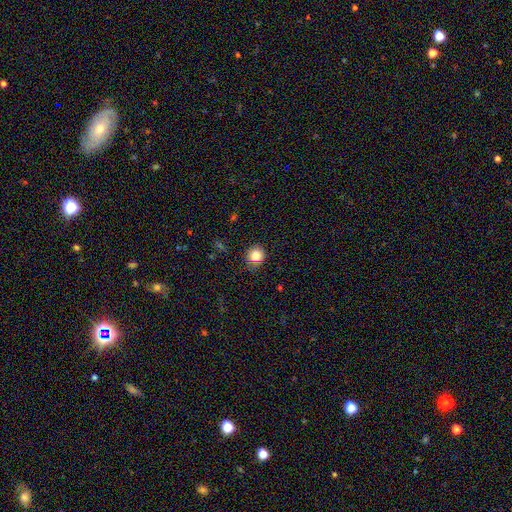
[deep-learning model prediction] A smooth galaxy with no disk features (84%) that is round (83%).

Vote fractions:
- Smooth or featured? smooth: 84% / star or artifact: 10% / featured or disk: 6%
- How rounded? round: 83% / in between: 16% / cigar-shaped: 1%
- Merging? none: 80% / minor disturbance: 15% / major disturbance: 3% / merger: 1%